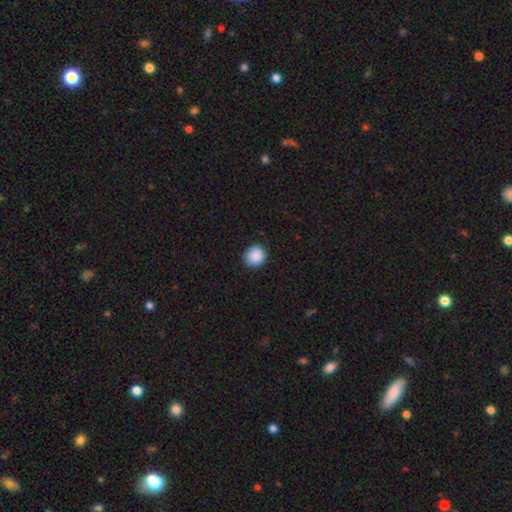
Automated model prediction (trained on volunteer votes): Q: Smooth or featured?
A: smooth (88%); runner-up: star or artifact (8%)
Q: How rounded?
A: round (92%); runner-up: in between (7%)
Q: Merging?
A: none (88%); runner-up: minor disturbance (9%)